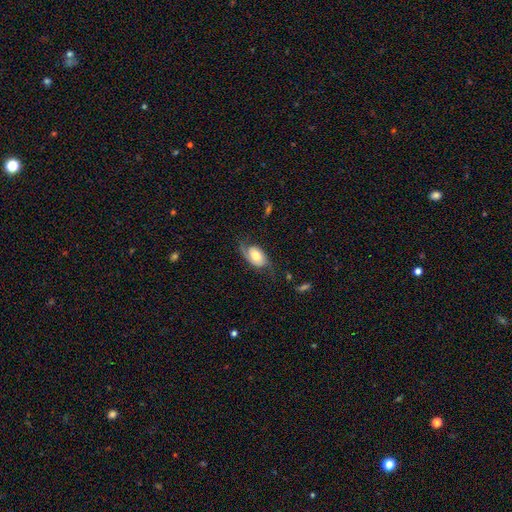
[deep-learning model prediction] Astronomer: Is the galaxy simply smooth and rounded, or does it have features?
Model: featured or disk — 58% (runner-up: smooth, 35%).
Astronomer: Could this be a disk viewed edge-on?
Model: no — 94%.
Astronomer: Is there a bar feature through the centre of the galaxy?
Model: no — 67%.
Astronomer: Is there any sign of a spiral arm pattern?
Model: yes — 86%.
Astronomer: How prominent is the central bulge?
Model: moderate — 55%.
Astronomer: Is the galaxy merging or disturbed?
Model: none — 53%.